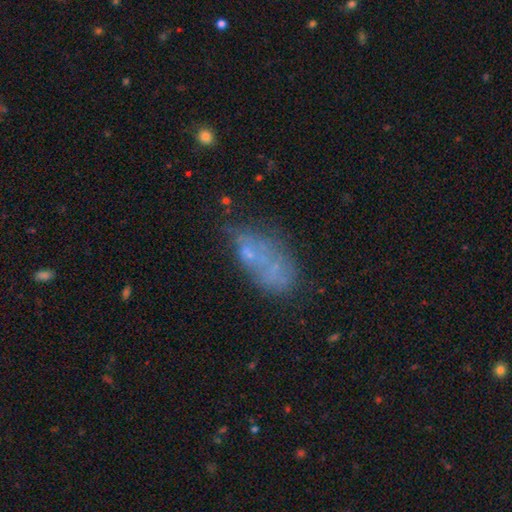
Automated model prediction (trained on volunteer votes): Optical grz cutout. It shows a featured or disk galaxy (43%). Merging: none (39%).